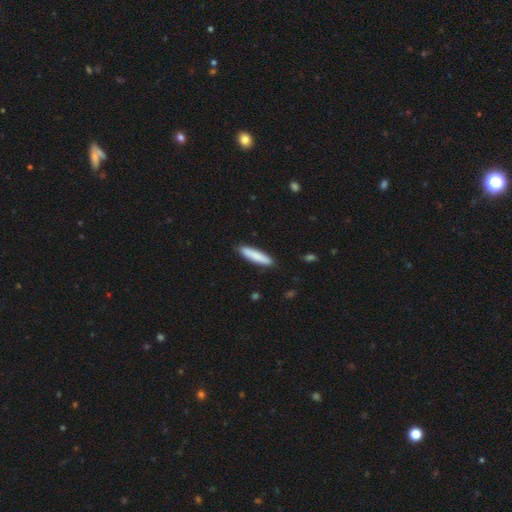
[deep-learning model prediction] Smooth or featured? smooth (85%)
How rounded? cigar-shaped (83%)
Merging? none (89%)